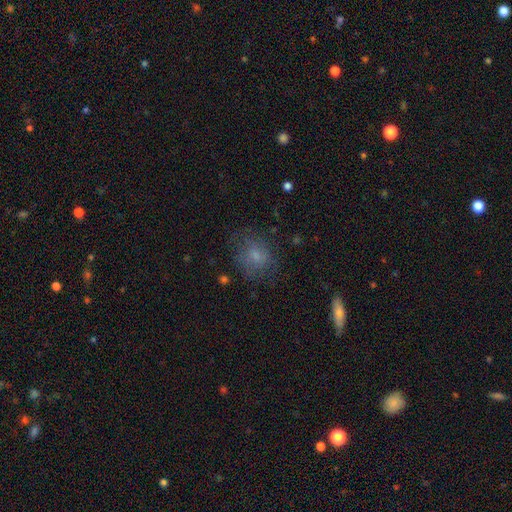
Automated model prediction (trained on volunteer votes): This is likely a smooth galaxy (65%). How rounded: likely round (60%). Merging: likely none (65%).